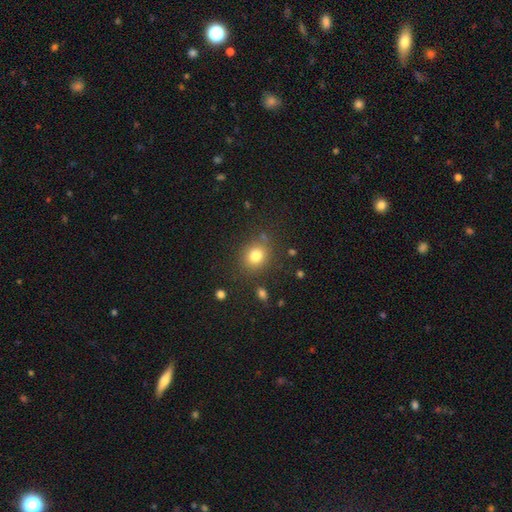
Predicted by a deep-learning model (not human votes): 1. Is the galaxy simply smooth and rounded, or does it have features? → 80% smooth, 12% star or artifact, 7% featured or disk.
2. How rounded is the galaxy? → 71% round, 29% in between, 1% cigar-shaped.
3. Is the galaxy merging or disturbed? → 80% none, 11% minor disturbance, 4% major disturbance, 4% merger.